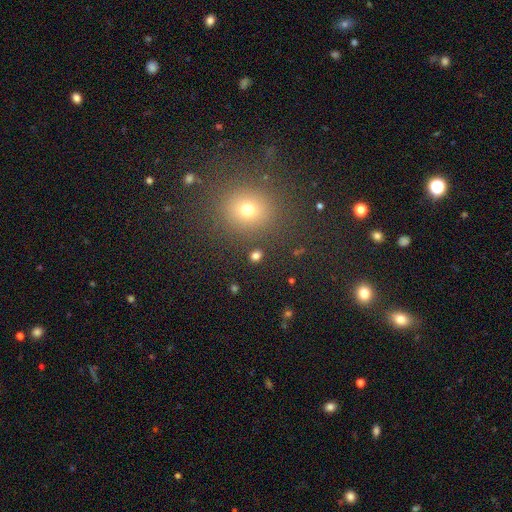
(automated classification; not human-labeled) Overall: smooth (76%). How rounded: round (71%). Merging: none (87%).